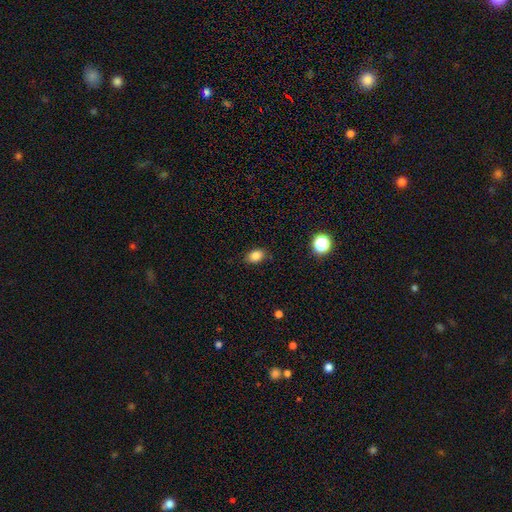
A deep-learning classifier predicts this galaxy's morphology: Smooth or featured? Predicted: smooth (p=0.83). How rounded? Predicted: in between (p=0.75). Merging? Predicted: none (p=0.84).